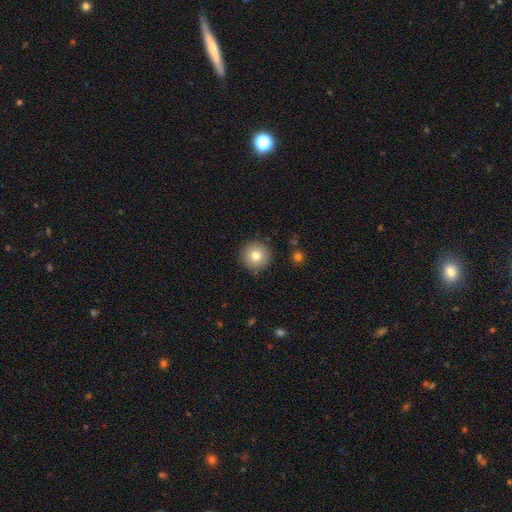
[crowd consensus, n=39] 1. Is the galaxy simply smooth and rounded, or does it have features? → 85% smooth, 10% star or artifact, 5% featured or disk.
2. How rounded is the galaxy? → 97% round, 3% in between, 0% cigar-shaped.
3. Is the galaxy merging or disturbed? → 94% none, 6% minor disturbance, 0% major disturbance, 0% merger.